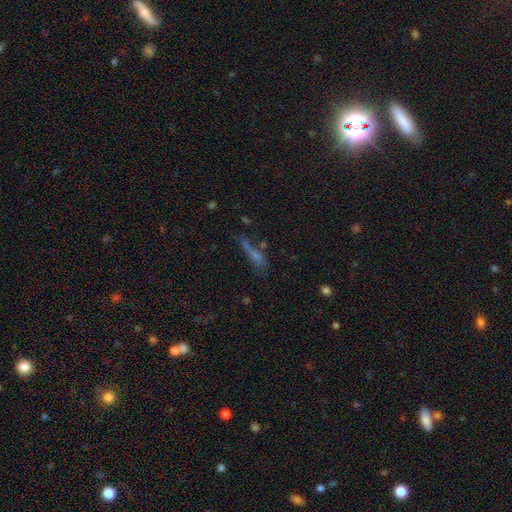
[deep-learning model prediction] This is possibly a smooth galaxy (47%). Merging: marginally none (45%).